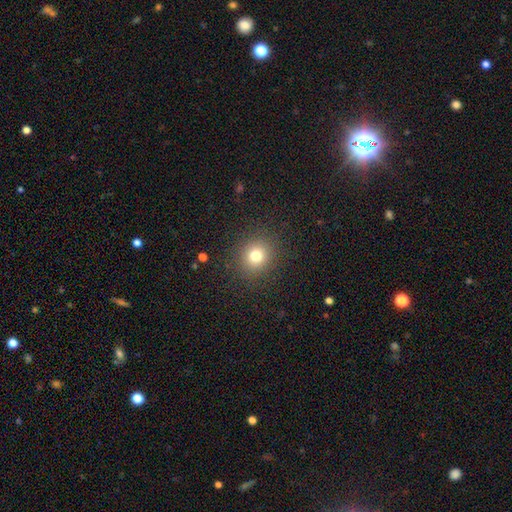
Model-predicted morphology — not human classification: Smooth or featured?
  - smooth: 77% *
  - star or artifact: 15%
  - featured or disk: 8%
How rounded?
  - round: 85% *
  - in between: 14%
  - cigar-shaped: 1%
Merging?
  - none: 89% *
  - minor disturbance: 7%
  - major disturbance: 3%
  - merger: 1%